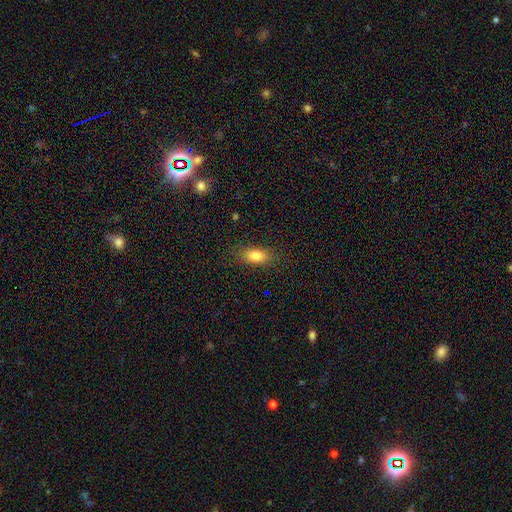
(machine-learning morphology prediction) smooth-or-featured: smooth: 82% | star or artifact: 9% | featured or disk: 9%
  how-rounded: in between: 84% | cigar-shaped: 10% | round: 6%
  merging: none: 84% | minor disturbance: 12% | major disturbance: 3% | merger: 1%